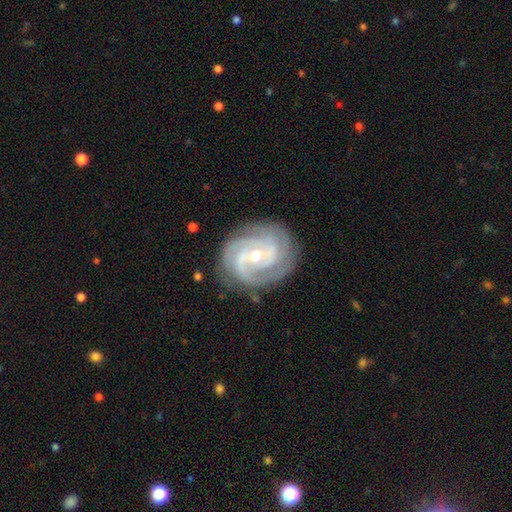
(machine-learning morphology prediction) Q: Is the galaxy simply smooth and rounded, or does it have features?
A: featured or disk — 91%.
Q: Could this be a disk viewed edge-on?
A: no — 98%.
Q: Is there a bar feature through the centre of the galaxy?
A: no — 44%.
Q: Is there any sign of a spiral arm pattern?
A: yes — 98%.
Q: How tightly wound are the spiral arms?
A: tight — 64%.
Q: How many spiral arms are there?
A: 3 — 44%.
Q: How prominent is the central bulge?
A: small — 49%.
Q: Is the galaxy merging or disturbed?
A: none — 79%.